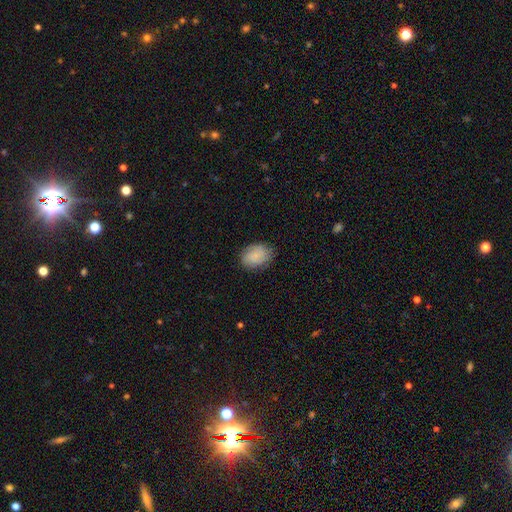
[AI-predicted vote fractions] The model was most divided on "how rounded": in between: 68%, round: 31%, cigar-shaped: 1%. More confident: merging — none (82%); smooth or featured — smooth (80%).